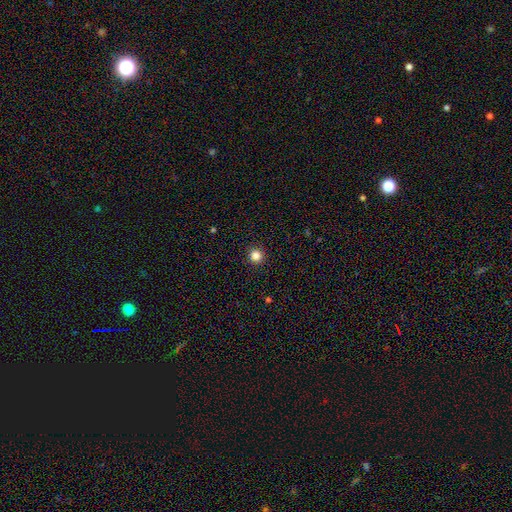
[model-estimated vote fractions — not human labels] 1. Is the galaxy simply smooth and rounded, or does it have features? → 83% smooth, 13% star or artifact, 4% featured or disk.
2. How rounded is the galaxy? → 96% round, 3% in between, 1% cigar-shaped.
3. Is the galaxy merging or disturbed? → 93% none, 4% minor disturbance, 2% major disturbance, 1% merger.